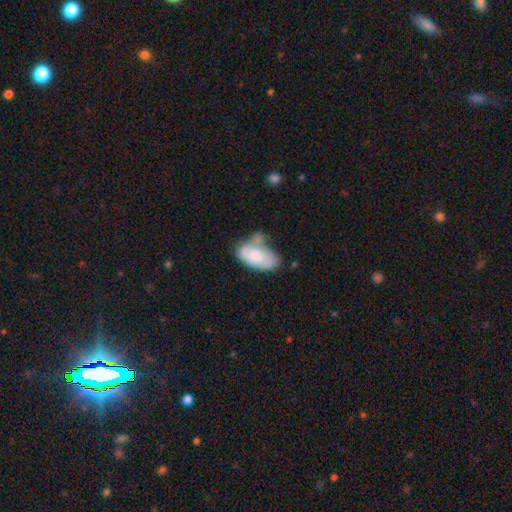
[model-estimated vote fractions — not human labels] Smooth or featured? Predicted: smooth (p=0.70). How rounded? Predicted: in between (p=0.94). Merging? Predicted: none (p=0.33).